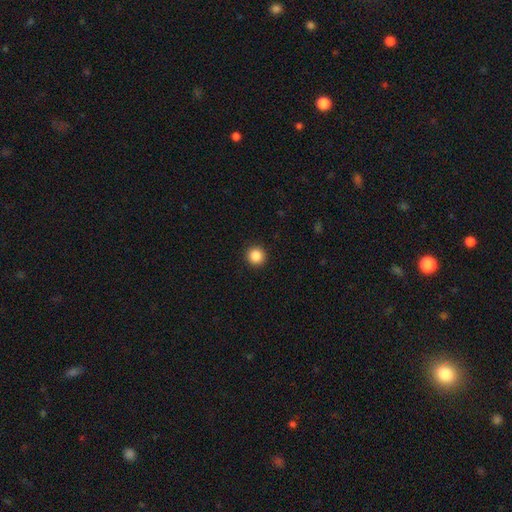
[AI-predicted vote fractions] Smooth or featured?
  - smooth: 87% *
  - star or artifact: 10%
  - featured or disk: 3%
How rounded?
  - round: 95% *
  - in between: 4%
  - cigar-shaped: 1%
Merging?
  - none: 93% *
  - minor disturbance: 4%
  - major disturbance: 2%
  - merger: 1%